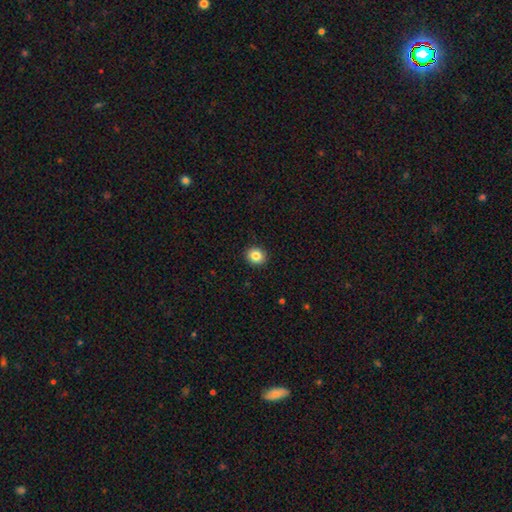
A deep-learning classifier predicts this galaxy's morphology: Overall: smooth (84%). How rounded: round (80%). Merging: none (92%).